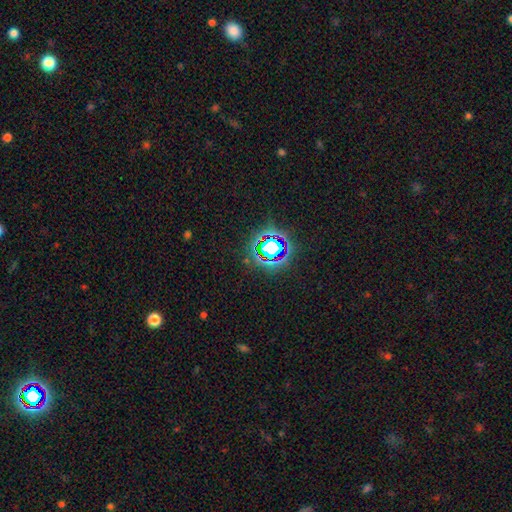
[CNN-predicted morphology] Smooth or featured?
  - star or artifact: 78% *
  - smooth: 14%
  - featured or disk: 7%